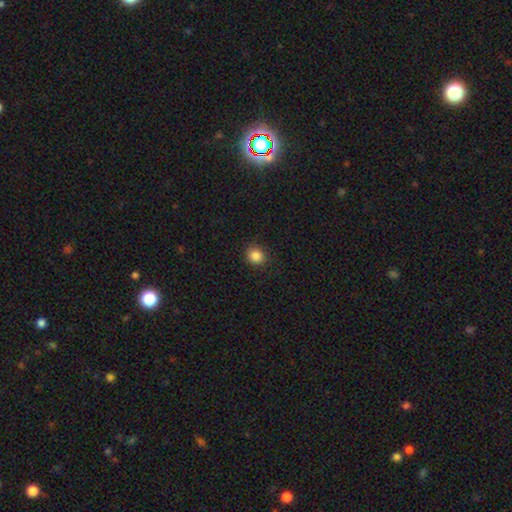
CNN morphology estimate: A smooth galaxy with no disk features (85%) that is round (82%).

Vote fractions:
- Smooth or featured? smooth: 85% / star or artifact: 11% / featured or disk: 4%
- How rounded? round: 82% / in between: 17% / cigar-shaped: 1%
- Merging? none: 88% / minor disturbance: 9% / major disturbance: 2% / merger: 1%